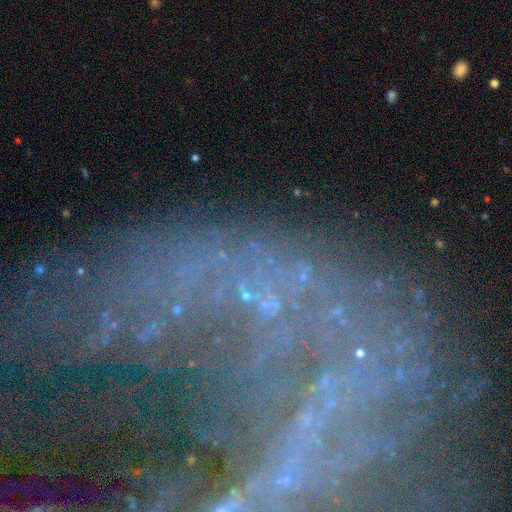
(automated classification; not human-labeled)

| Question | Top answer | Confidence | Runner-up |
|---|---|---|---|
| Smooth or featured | star or artifact | 43% | featured or disk (40%) |